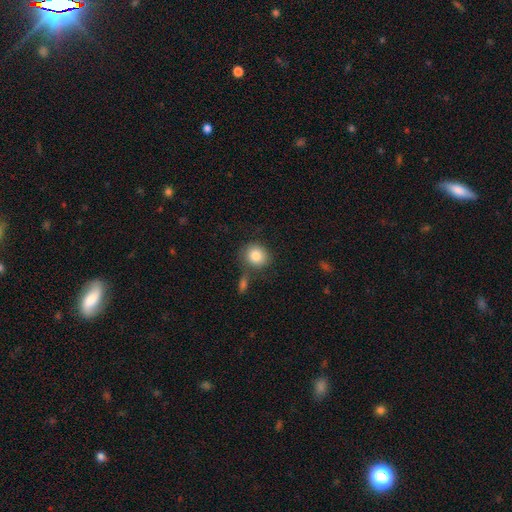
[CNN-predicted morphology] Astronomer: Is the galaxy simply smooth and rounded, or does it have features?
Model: smooth — 85%.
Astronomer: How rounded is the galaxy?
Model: round — 80%.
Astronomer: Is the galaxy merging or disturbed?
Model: none — 70%.